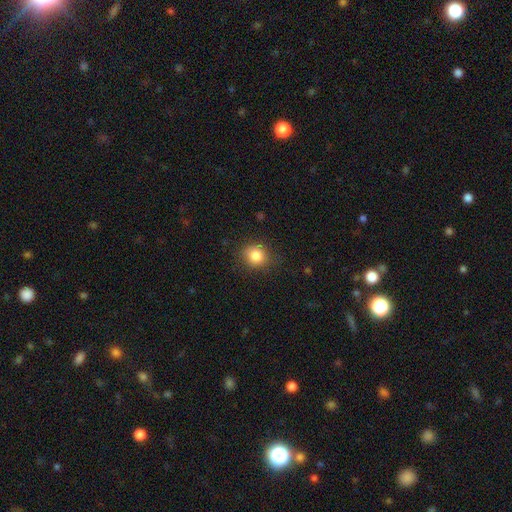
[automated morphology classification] Smooth or featured?
  - smooth: 83% *
  - star or artifact: 11%
  - featured or disk: 6%
How rounded?
  - round: 79% *
  - in between: 20%
  - cigar-shaped: 1%
Merging?
  - none: 82% *
  - minor disturbance: 13%
  - major disturbance: 4%
  - merger: 1%